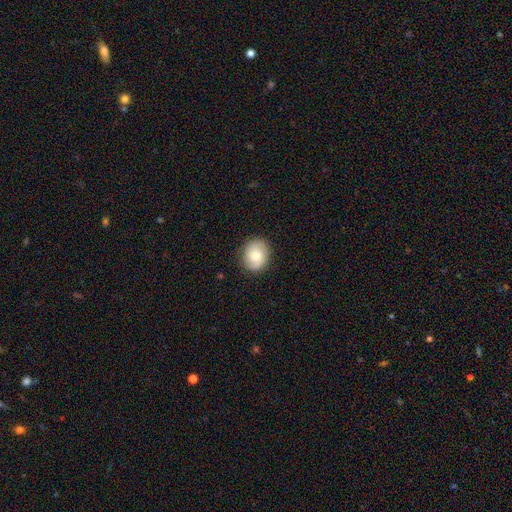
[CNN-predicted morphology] Smooth or featured? Predicted: smooth (p=0.68). How rounded? Predicted: round (p=0.66). Merging? Predicted: none (p=0.86).